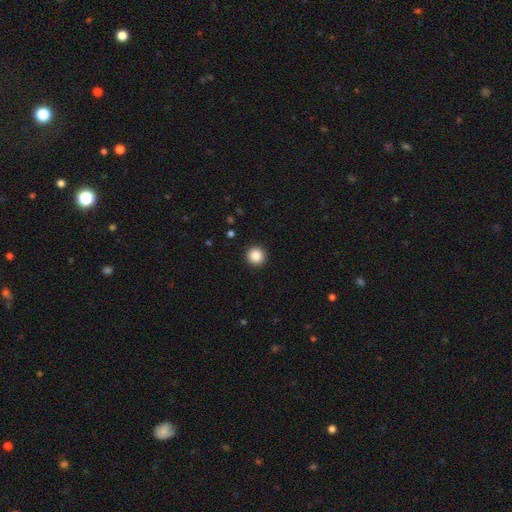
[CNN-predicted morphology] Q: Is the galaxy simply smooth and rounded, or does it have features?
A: smooth — 87%.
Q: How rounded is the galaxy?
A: round — 96%.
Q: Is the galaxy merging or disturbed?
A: none — 93%.